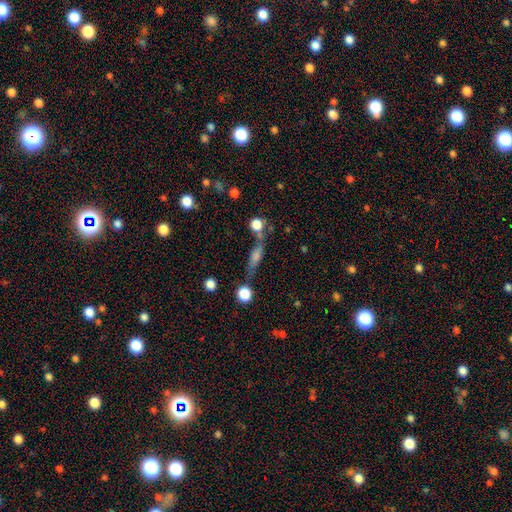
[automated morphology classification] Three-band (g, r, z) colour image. It shows a star or artifact, not a galaxy (35%).